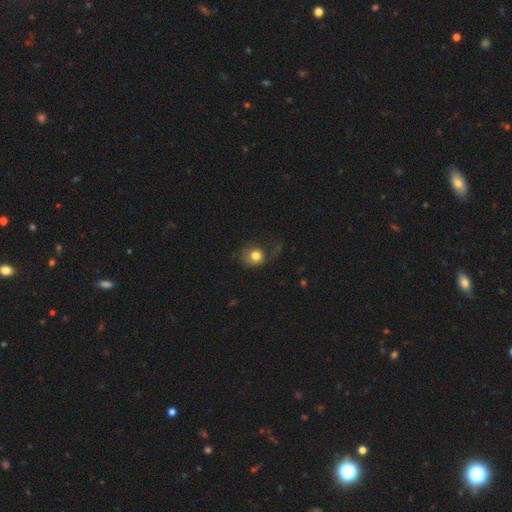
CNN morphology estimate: Smooth or featured? Predicted: smooth (p=0.78). How rounded? Predicted: round (p=0.80). Merging? Predicted: none (p=0.52).